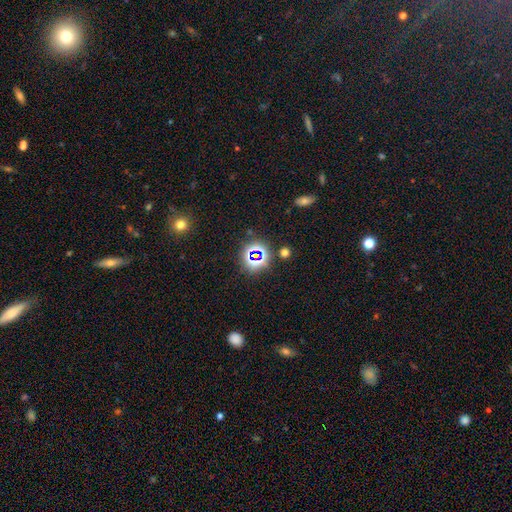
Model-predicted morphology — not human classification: star or artifact 68%, smooth 23%, featured or disk 9%.